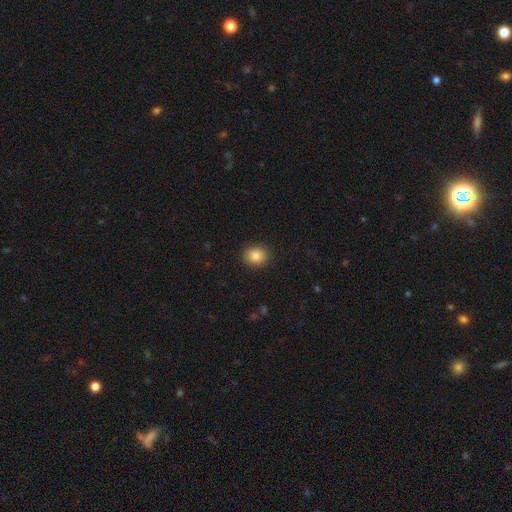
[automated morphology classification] Q: Smooth or featured?
A: smooth (85%); runner-up: star or artifact (9%)
Q: How rounded?
A: round (66%); runner-up: in between (33%)
Q: Merging?
A: none (89%); runner-up: minor disturbance (8%)